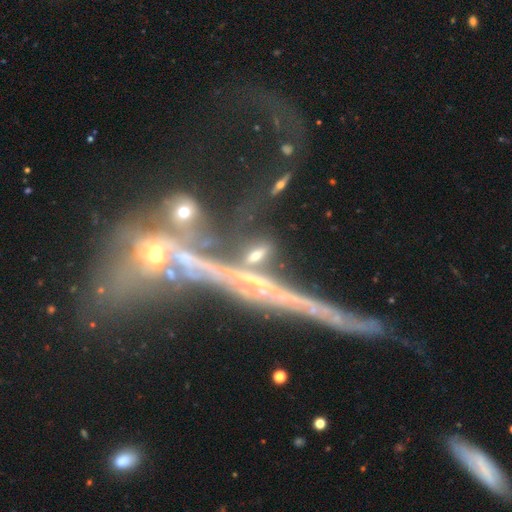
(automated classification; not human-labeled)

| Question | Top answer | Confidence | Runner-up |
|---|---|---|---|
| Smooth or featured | smooth | 43% | featured or disk (38%) |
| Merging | none | 58% | minor disturbance (16%) |